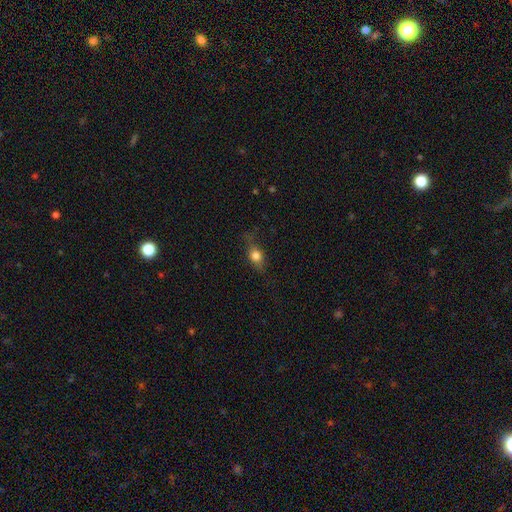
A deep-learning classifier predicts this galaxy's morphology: A smooth galaxy with no disk features (69%) that is in between round and cigar-shaped (55%).

Vote fractions:
- Smooth or featured? smooth: 69% / featured or disk: 20% / star or artifact: 11%
- How rounded? in between: 55% / round: 36% / cigar-shaped: 9%
- Merging? none: 68% / minor disturbance: 23% / major disturbance: 8% / merger: 1%